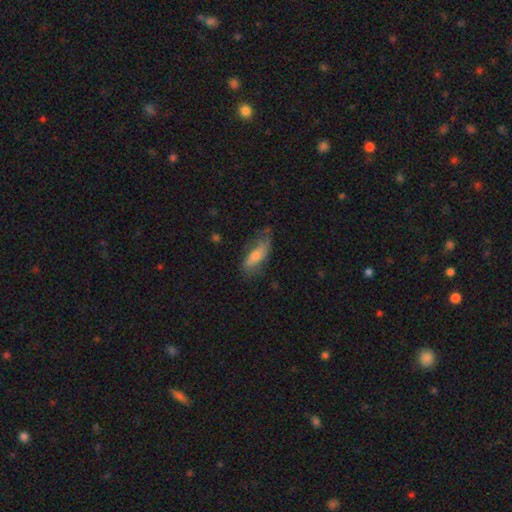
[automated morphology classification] type=smooth (57%); roundness=in between (64%); merging=none (56%).